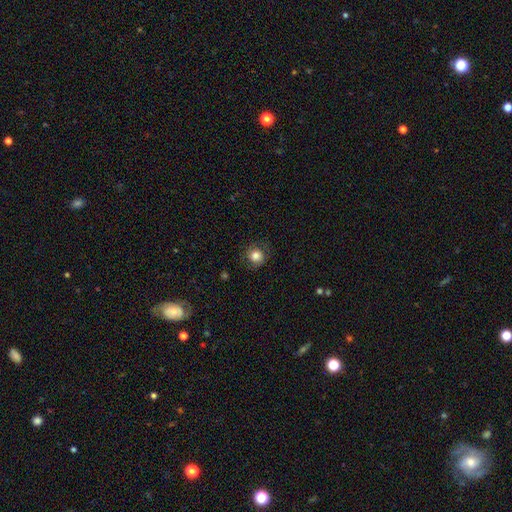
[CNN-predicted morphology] Smooth or featured? smooth (80%)
How rounded? round (89%)
Merging? none (80%)